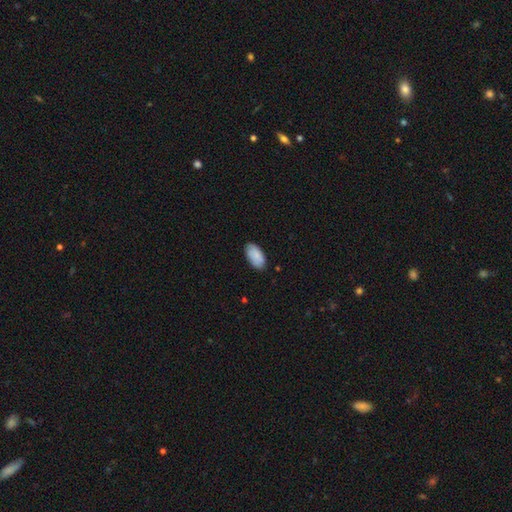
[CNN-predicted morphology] Smooth or featured: smooth — 87% (featured or disk — 7%)
How rounded: in between — 95% (cigar-shaped — 3%)
Merging: none — 83% (minor disturbance — 14%)